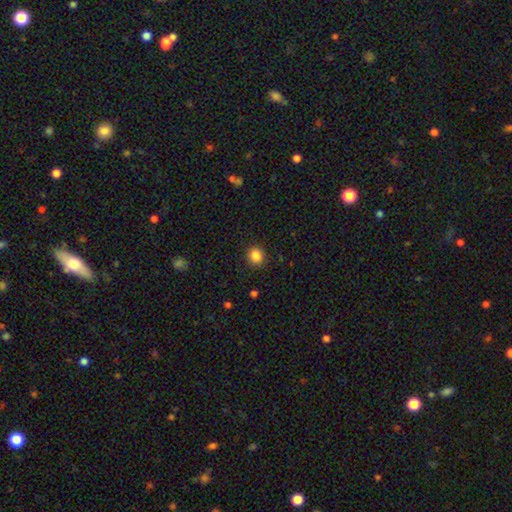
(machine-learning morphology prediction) This is clearly a smooth galaxy (86%). How rounded: clearly round (83%). Merging: clearly none (90%).